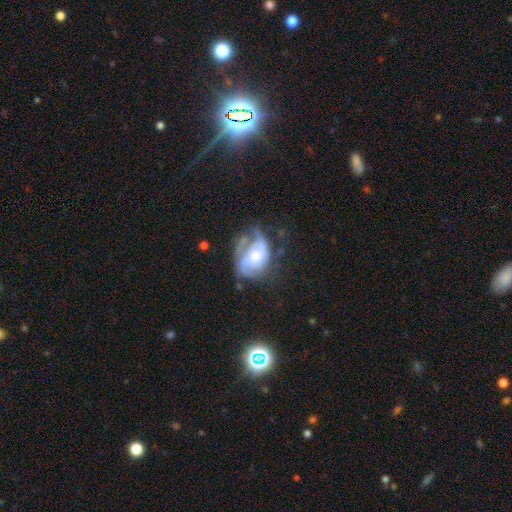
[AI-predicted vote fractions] Morphology: type=featured or disk (74%); edge-on=no (97%); bar=no (68%); spiral arms=yes (83%); winding=medium (42%); arm count=2 (43%); bulge=moderate (56%); merging=none (38%).